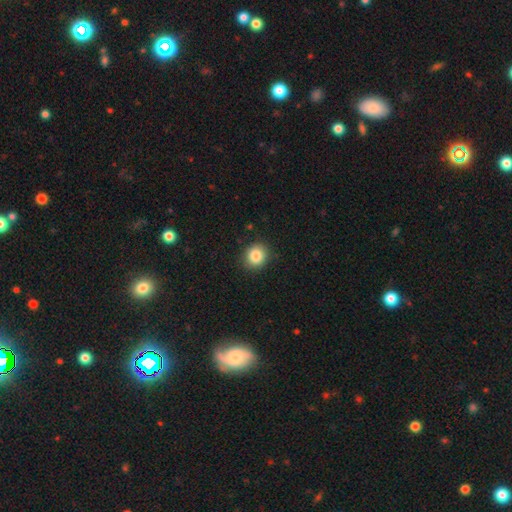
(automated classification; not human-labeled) Smooth or featured?
  - smooth: 85% *
  - star or artifact: 10%
  - featured or disk: 5%
How rounded?
  - round: 81% *
  - in between: 18%
  - cigar-shaped: 1%
Merging?
  - none: 89% *
  - minor disturbance: 8%
  - major disturbance: 2%
  - merger: 1%